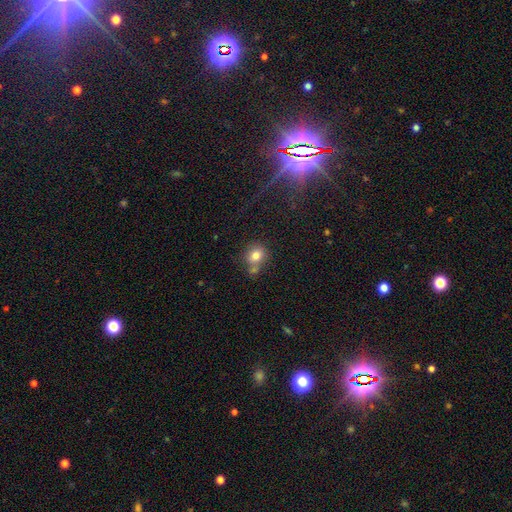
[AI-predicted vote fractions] Smooth or featured: smooth — 78% (star or artifact — 11%)
How rounded: round — 69% (in between — 30%)
Merging: none — 54% (merger — 24%)